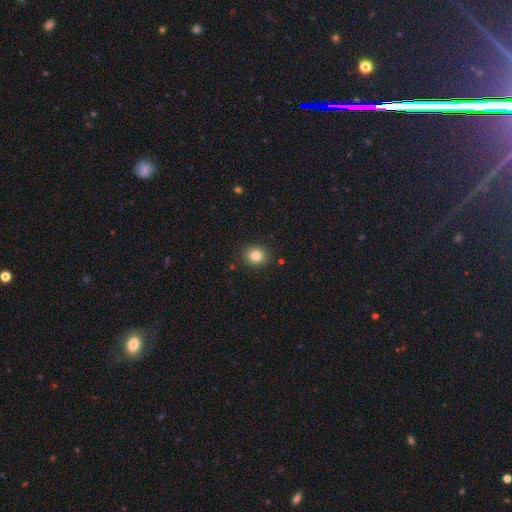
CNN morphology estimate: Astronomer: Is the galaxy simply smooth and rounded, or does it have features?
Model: smooth — 82%.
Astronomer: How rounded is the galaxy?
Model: round — 76%.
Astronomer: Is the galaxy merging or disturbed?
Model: none — 90%.